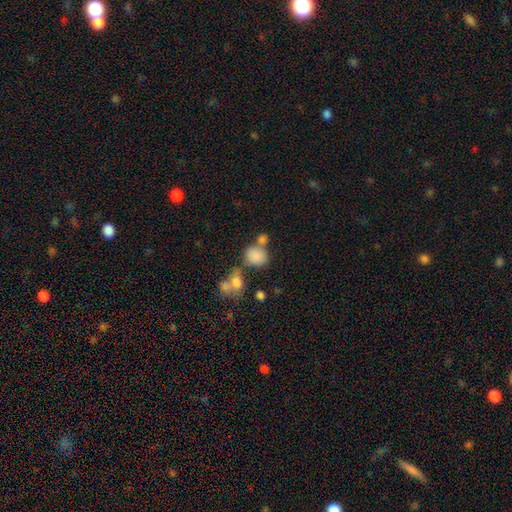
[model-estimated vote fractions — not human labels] The model was most divided on "how rounded": round: 55%, in between: 44%, cigar-shaped: 1%. Remaining: smooth or featured — smooth (82%); merging — none (48%).